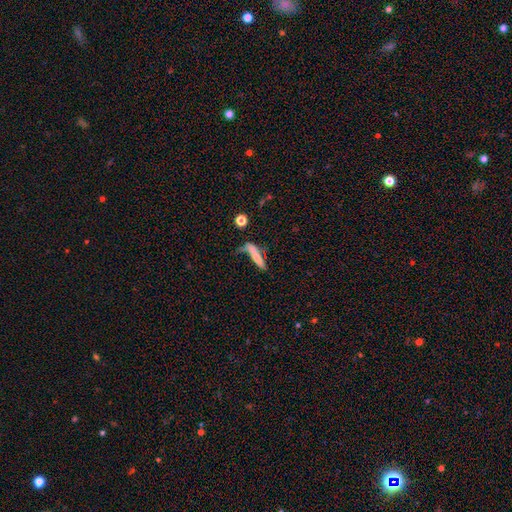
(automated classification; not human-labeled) A smooth galaxy with no disk features (62%) that is cigar-shaped (82%).

Vote fractions:
- Smooth or featured? smooth: 62% / featured or disk: 29% / star or artifact: 9%
- How rounded? cigar-shaped: 82% / in between: 16% / round: 3%
- Merging? none: 40% / minor disturbance: 24% / major disturbance: 23% / merger: 13%